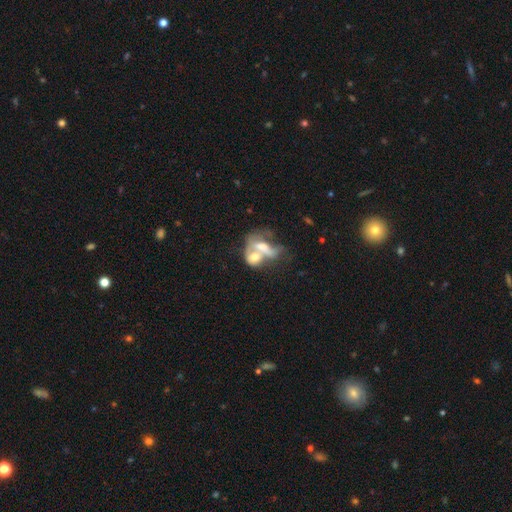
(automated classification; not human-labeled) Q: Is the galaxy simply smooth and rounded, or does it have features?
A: featured or disk — 45%, tied with smooth.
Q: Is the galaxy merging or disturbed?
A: merger — 73%.